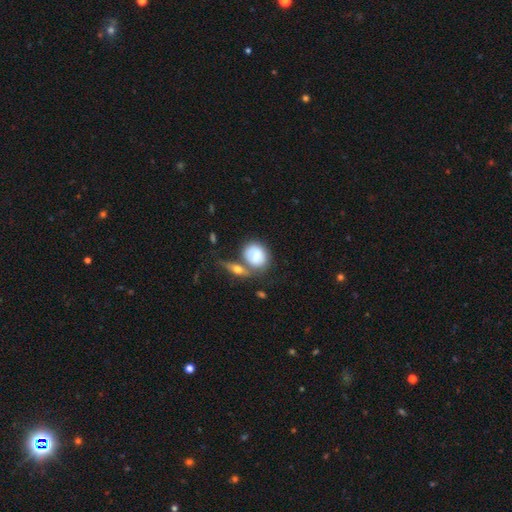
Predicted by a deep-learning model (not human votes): Q: Smooth or featured?
A: smooth (71%); runner-up: featured or disk (21%)
Q: How rounded?
A: round (58%); runner-up: in between (40%)
Q: Merging?
A: none (40%); runner-up: merger (31%)